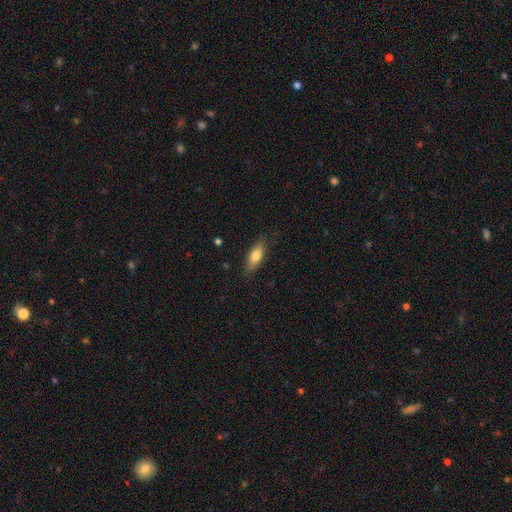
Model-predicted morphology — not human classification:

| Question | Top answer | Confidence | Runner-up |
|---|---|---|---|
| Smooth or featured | smooth | 74% | featured or disk (20%) |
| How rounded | in between | 70% | cigar-shaped (27%) |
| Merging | none | 83% | minor disturbance (13%) |